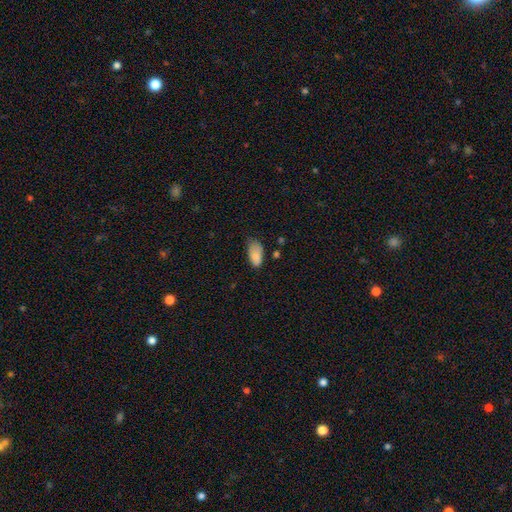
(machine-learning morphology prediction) Smooth or featured? Predicted: smooth (p=0.84). How rounded? Predicted: in between (p=0.93). Merging? Predicted: none (p=0.43).